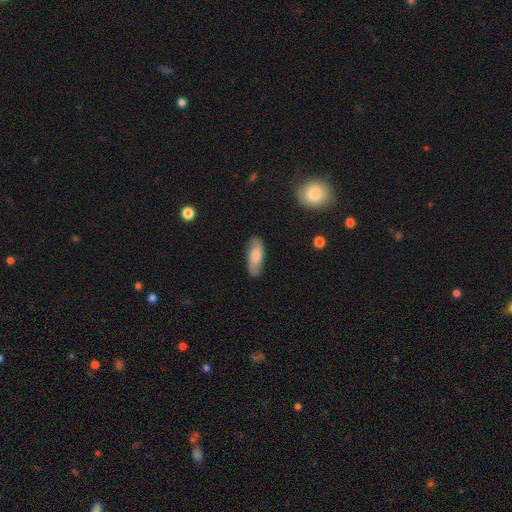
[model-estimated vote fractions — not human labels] This appears to be a smooth galaxy with no disk features (73%) that is in between round and cigar-shaped (73%). Merging: none (82%).